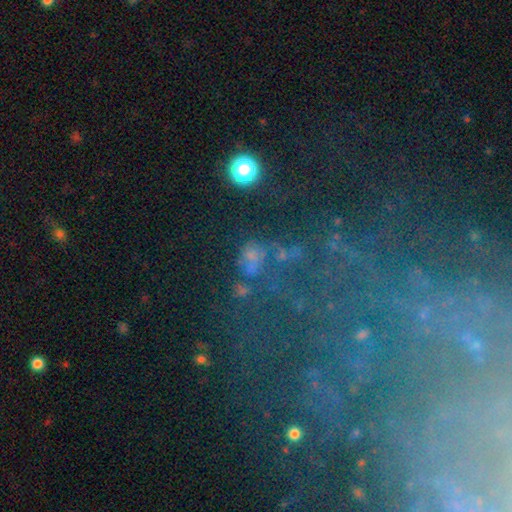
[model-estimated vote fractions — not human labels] Overall: star or artifact (40%, tied with smooth).